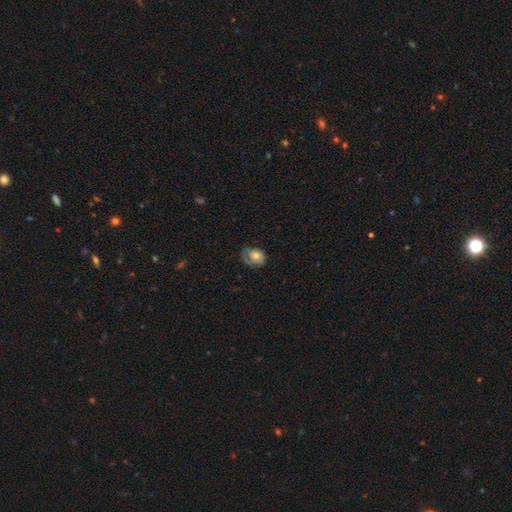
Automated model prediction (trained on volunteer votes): Overall: smooth (60%; featured or disk 32%). How rounded: in between (61%; round 38%). Merging: none (48%; minor disturbance 32%).